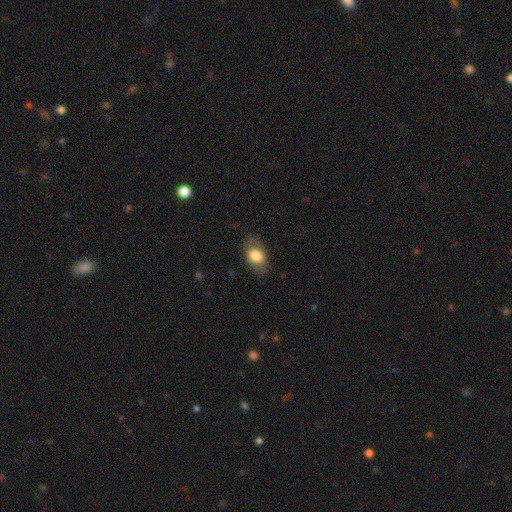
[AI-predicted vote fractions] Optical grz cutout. It shows a smooth galaxy with no disk features (72%) that is in between round and cigar-shaped (88%). Merging: none (79%).